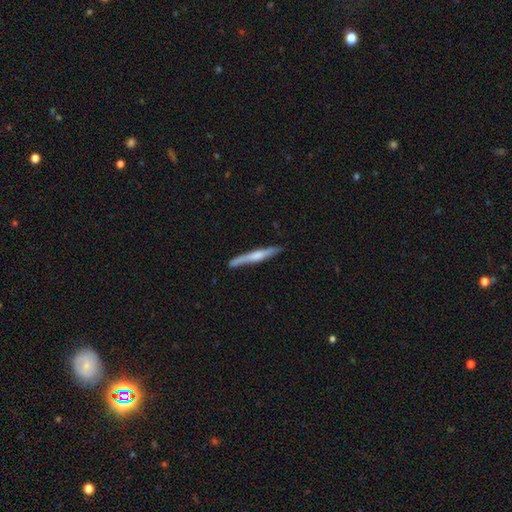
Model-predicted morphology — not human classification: This appears to be a featured or disk galaxy (53%) viewed edge-on (96%) with a rounded central bulge (58%). Merging: none (85%).